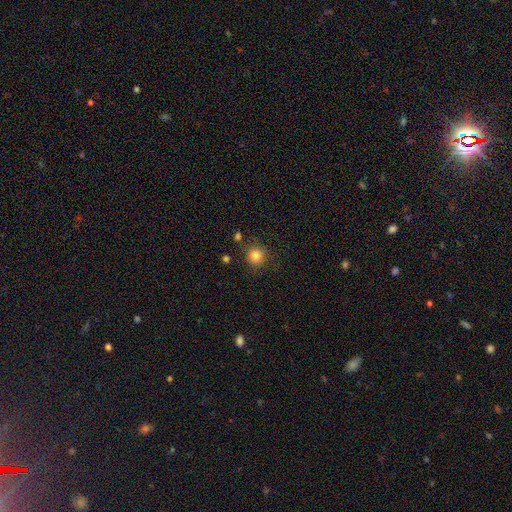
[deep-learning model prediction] smooth_or_featured: smooth (p=0.83) [alt: star or artifact p=0.12]
how_rounded: round (p=0.92) [alt: in between p=0.07]
merging: none (p=0.84) [alt: minor disturbance p=0.09]